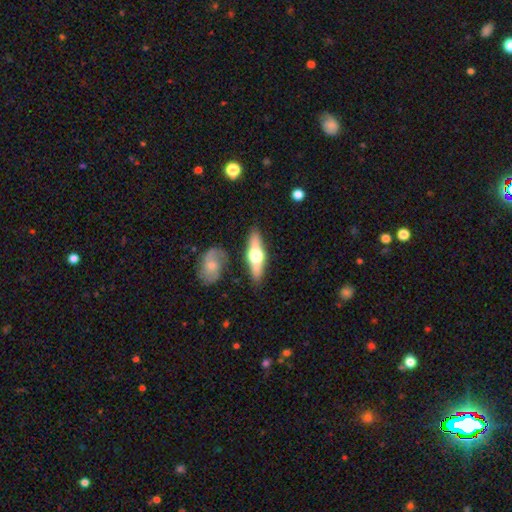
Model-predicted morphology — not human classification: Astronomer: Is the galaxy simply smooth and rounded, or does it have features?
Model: featured or disk — 64%.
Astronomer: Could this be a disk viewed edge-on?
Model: yes — 91%.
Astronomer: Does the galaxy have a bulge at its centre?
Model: rounded — 96%.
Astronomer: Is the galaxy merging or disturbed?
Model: none — 83%.